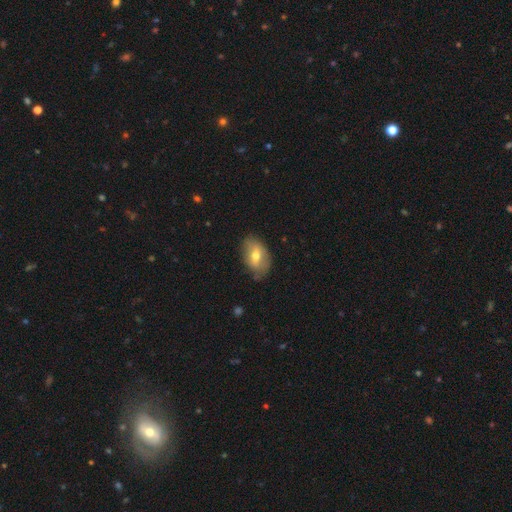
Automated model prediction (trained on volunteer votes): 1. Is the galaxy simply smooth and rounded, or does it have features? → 56% smooth, 37% featured or disk, 7% star or artifact.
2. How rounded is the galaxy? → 85% in between, 13% round, 2% cigar-shaped.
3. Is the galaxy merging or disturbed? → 70% none, 23% minor disturbance, 5% major disturbance, 2% merger.